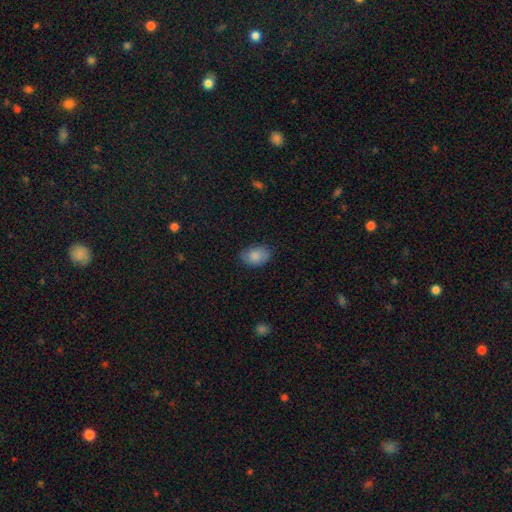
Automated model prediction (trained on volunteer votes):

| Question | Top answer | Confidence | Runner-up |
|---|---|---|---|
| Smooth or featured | smooth | 85% | featured or disk (8%) |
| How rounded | in between | 86% | round (13%) |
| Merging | none | 75% | minor disturbance (20%) |